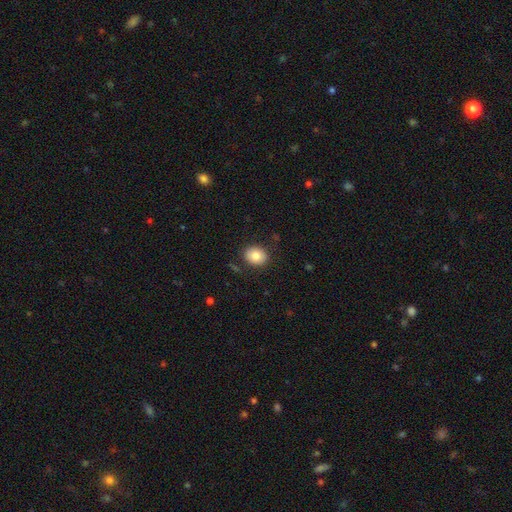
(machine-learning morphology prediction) A smooth galaxy with no disk features (83%) that is round (57%).

Vote fractions:
- Smooth or featured? smooth: 83% / featured or disk: 9% / star or artifact: 9%
- How rounded? round: 57% / in between: 42% / cigar-shaped: 1%
- Merging? none: 87% / minor disturbance: 9% / major disturbance: 3% / merger: 1%